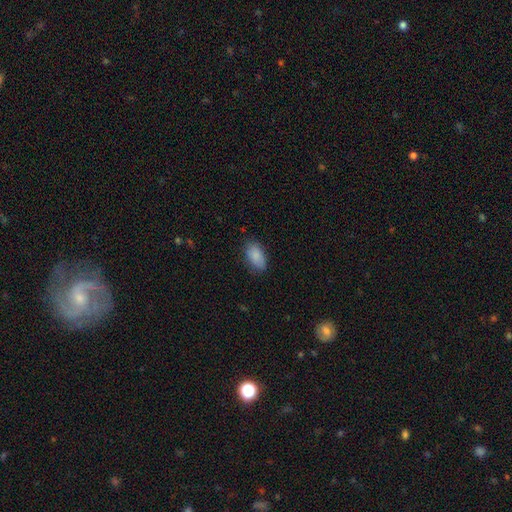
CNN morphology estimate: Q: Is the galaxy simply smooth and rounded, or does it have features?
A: smooth — 88%.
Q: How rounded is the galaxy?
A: in between — 93%.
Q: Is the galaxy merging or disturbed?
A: none — 79%.